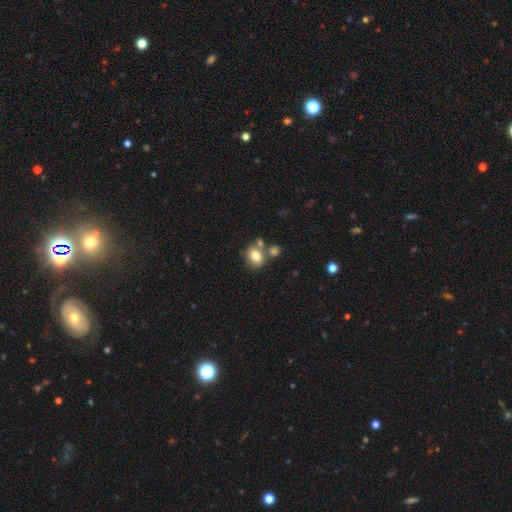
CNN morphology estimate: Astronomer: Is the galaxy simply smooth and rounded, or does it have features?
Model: smooth — 79%.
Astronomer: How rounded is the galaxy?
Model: in between — 54% (runner-up: round, 44%).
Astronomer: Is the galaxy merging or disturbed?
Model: none — 56%.